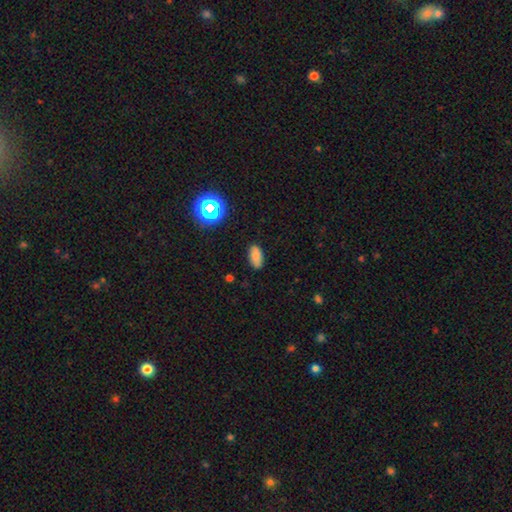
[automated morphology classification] smooth-or-featured: smooth: 77% | star or artifact: 13% | featured or disk: 10%
  how-rounded: in between: 91% | cigar-shaped: 5% | round: 4%
  merging: none: 83% | minor disturbance: 13% | major disturbance: 3% | merger: 1%